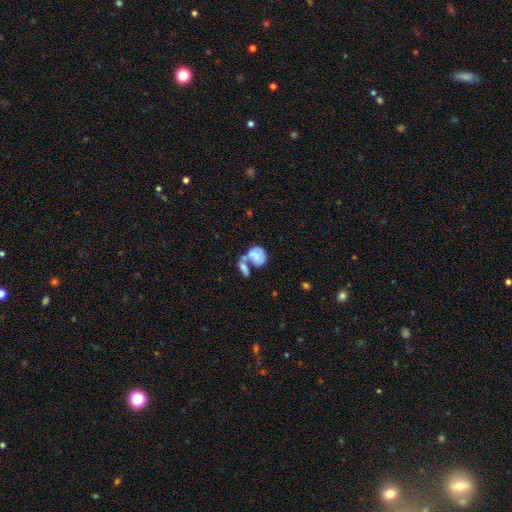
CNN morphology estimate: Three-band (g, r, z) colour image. It shows a smooth galaxy with no disk features (60%) that is in between round and cigar-shaped (60%). Merging: merger (59%).